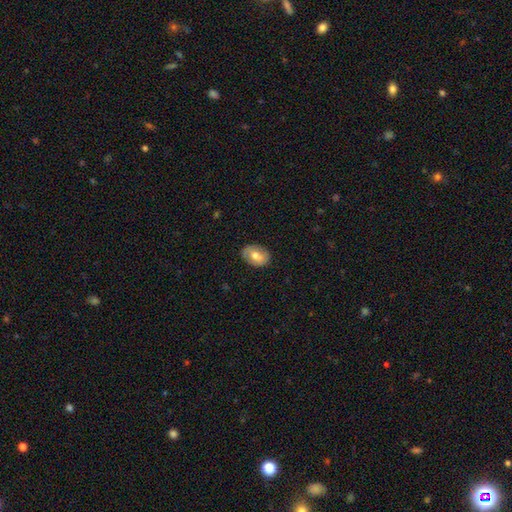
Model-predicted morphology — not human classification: The model was most divided on "smooth or featured": smooth: 59%, featured or disk: 34%, star or artifact: 7%. More confident: merging — none (84%); how rounded — in between (77%).